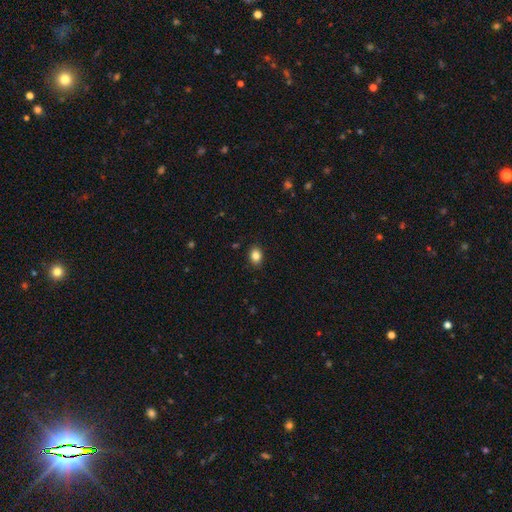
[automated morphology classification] Overall: smooth (85%). How rounded: in between (68%; round 31%). Merging: none (88%).